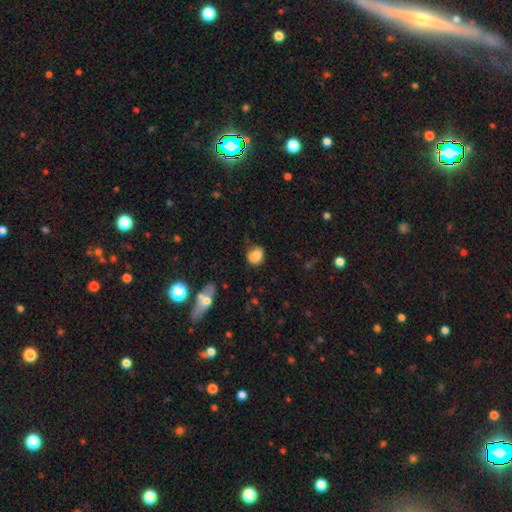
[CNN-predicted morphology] Smooth or featured? smooth (81%)
How rounded? round (54%)
Merging? none (59%)